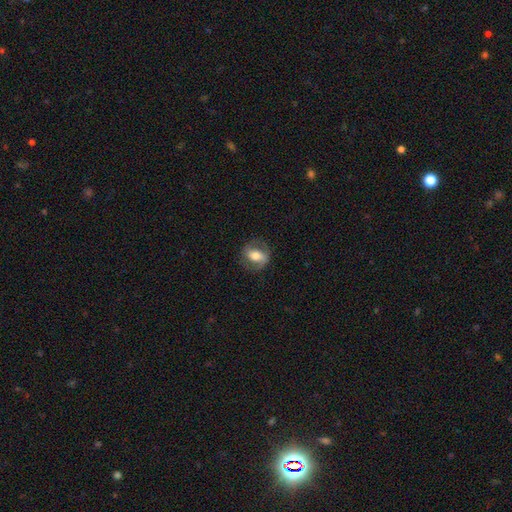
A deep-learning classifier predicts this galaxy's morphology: Overall: featured or disk (52%; smooth 41%). Edge-on disk: no (92%). Merging: none (75%).